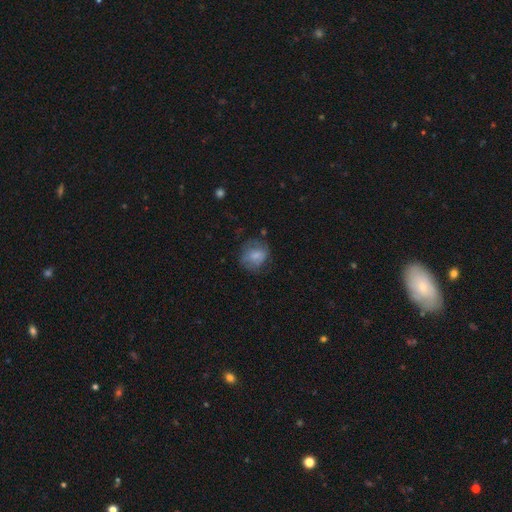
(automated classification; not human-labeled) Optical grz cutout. It shows a smooth galaxy with no disk features (70%) that is round (67%). Merging: none (60%).